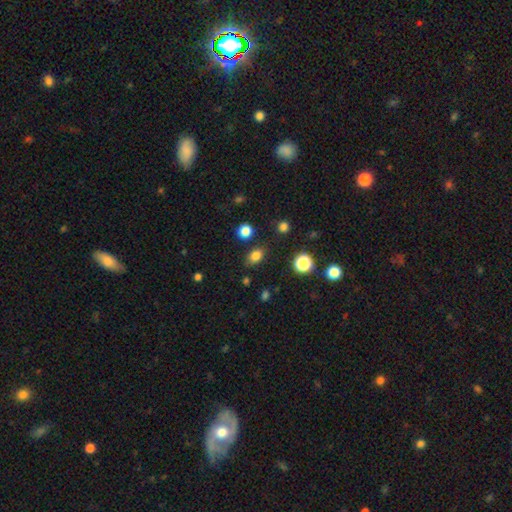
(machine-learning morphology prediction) Overall: smooth (81%). How rounded: in between (69%; round 29%). Merging: none (82%).